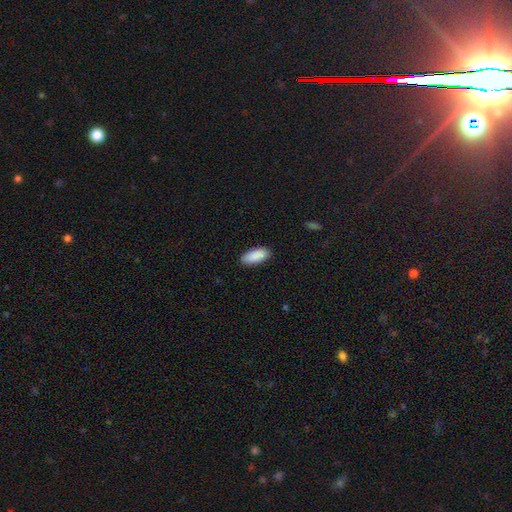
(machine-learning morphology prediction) A smooth galaxy with no disk features (91%) that is in between round and cigar-shaped (82%). Merging: none (89%).